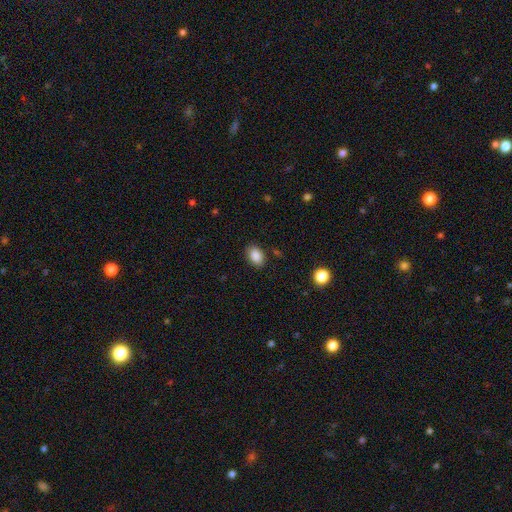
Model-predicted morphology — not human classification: This is clearly a smooth galaxy (88%). How rounded: clearly in between (80%). Merging: clearly none (86%).